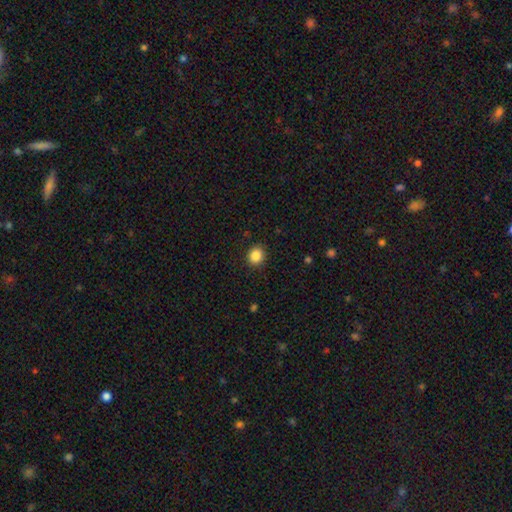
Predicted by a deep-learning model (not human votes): smooth_or_featured: smooth (p=0.87) [alt: star or artifact p=0.10]
how_rounded: round (p=0.82) [alt: in between p=0.17]
merging: none (p=0.90) [alt: minor disturbance p=0.07]